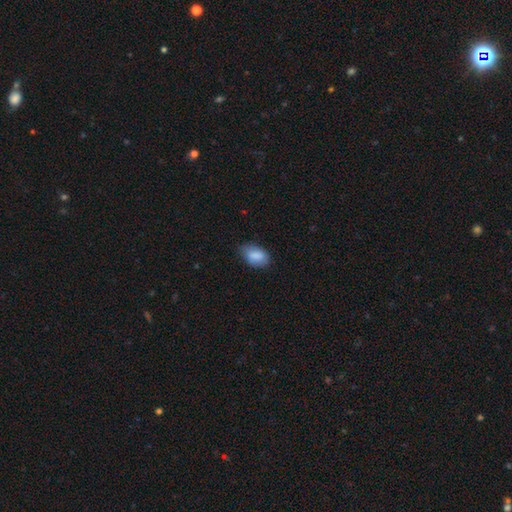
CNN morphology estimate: Smooth or featured?
  - smooth: 85% *
  - featured or disk: 8%
  - star or artifact: 7%
How rounded?
  - in between: 90% *
  - round: 9%
  - cigar-shaped: 2%
Merging?
  - none: 68% *
  - minor disturbance: 26%
  - major disturbance: 5%
  - merger: 1%